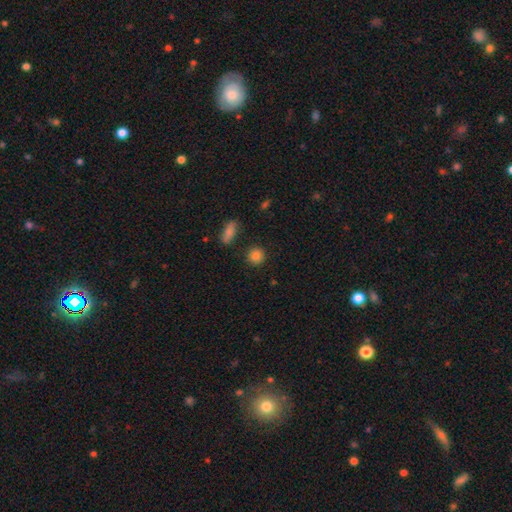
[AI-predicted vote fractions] smooth_or_featured: smooth (p=0.86) [alt: star or artifact p=0.10]
how_rounded: round (p=0.88) [alt: in between p=0.11]
merging: none (p=0.87) [alt: minor disturbance p=0.08]